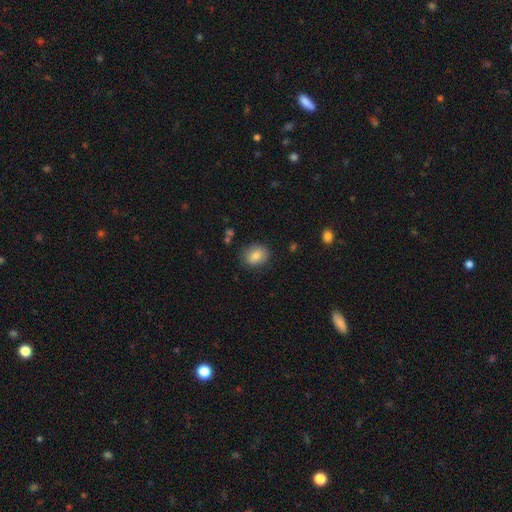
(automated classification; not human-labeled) Smooth or featured? smooth (82%)
How rounded? in between (53%)
Merging? none (82%)